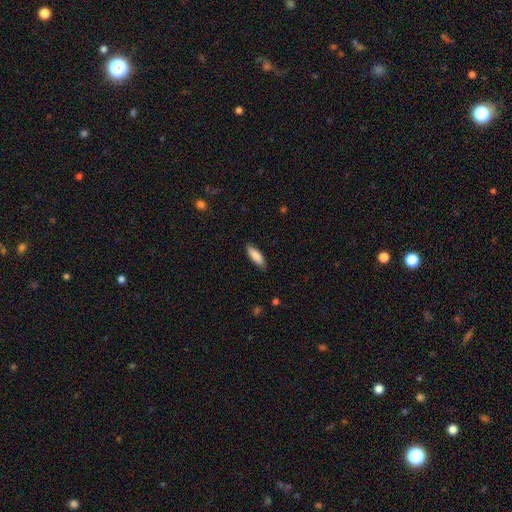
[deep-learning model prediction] smooth_or_featured: smooth (p=0.86) [alt: featured or disk p=0.09]
how_rounded: in between (p=0.57) [alt: cigar-shaped p=0.42]
merging: none (p=0.84) [alt: minor disturbance p=0.12]